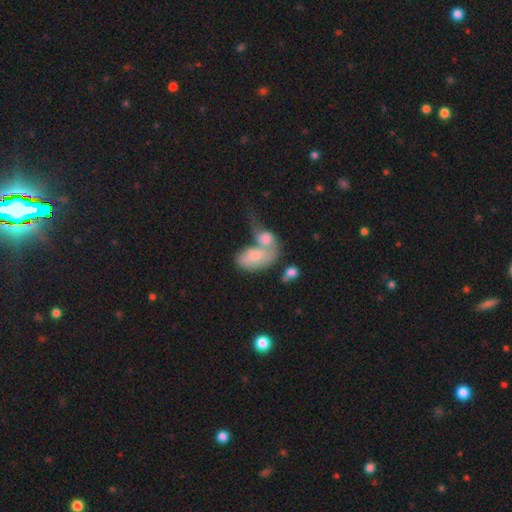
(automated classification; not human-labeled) Smooth or featured: smooth — 64% (featured or disk — 29%)
How rounded: in between — 91% (round — 7%)
Merging: merger — 65% (major disturbance — 15%)